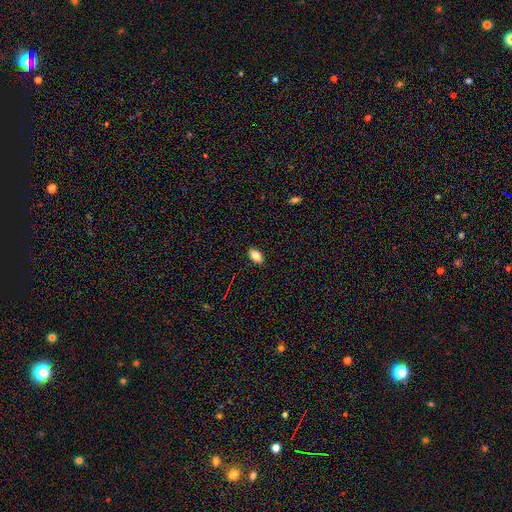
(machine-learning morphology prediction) Smooth or featured: smooth — 82% (star or artifact — 10%)
How rounded: in between — 90% (round — 7%)
Merging: none — 88% (minor disturbance — 9%)